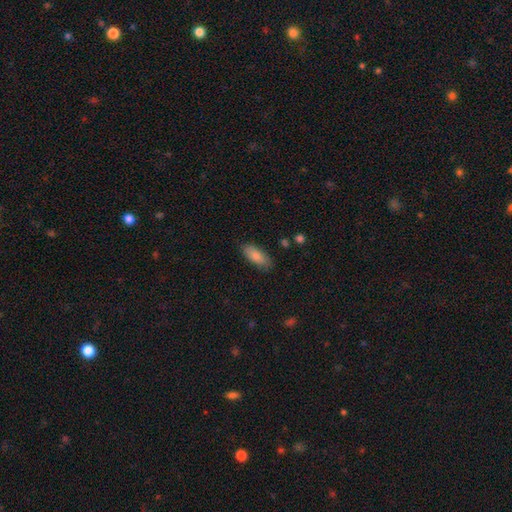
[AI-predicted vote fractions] The model was most divided on "how rounded": in between: 77%, cigar-shaped: 21%, round: 2%. More confident: smooth or featured — smooth (84%); merging — none (83%).